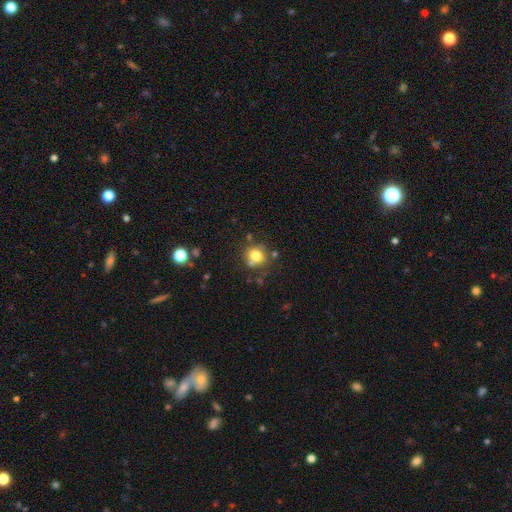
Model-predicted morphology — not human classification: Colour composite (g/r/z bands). It shows a smooth galaxy with no disk features (76%) that is round (77%). Merging: none (68%).